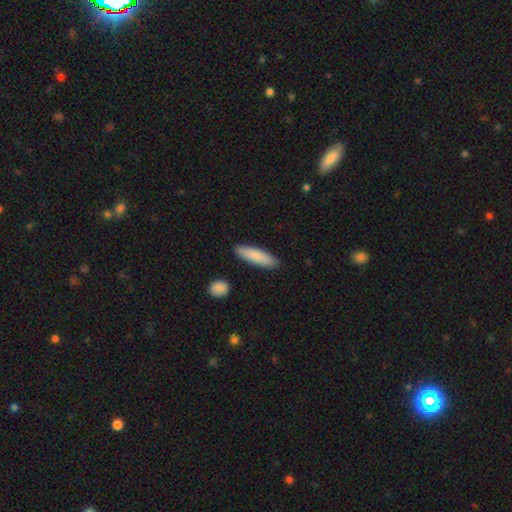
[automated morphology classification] Smooth or featured?
  - smooth: 84% *
  - featured or disk: 10%
  - star or artifact: 5%
How rounded?
  - cigar-shaped: 67% *
  - in between: 31%
  - round: 2%
Merging?
  - none: 89% *
  - minor disturbance: 8%
  - major disturbance: 2%
  - merger: 2%